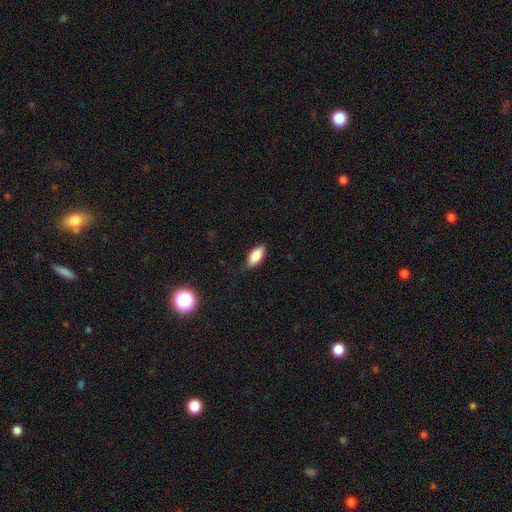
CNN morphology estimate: A smooth galaxy with no disk features (83%) that is in between round and cigar-shaped (88%).

Vote fractions:
- Smooth or featured? smooth: 83% / featured or disk: 10% / star or artifact: 7%
- How rounded? in between: 88% / cigar-shaped: 9% / round: 3%
- Merging? none: 72% / minor disturbance: 21% / major disturbance: 5% / merger: 1%